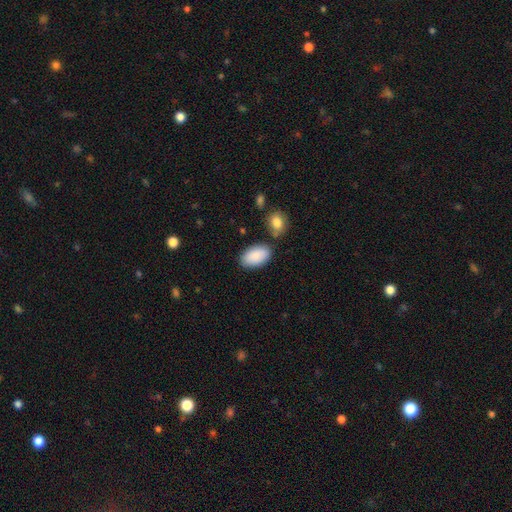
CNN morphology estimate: This appears to be a smooth galaxy with no disk features (88%) that is in between round and cigar-shaped (95%). Merging: none (75%).